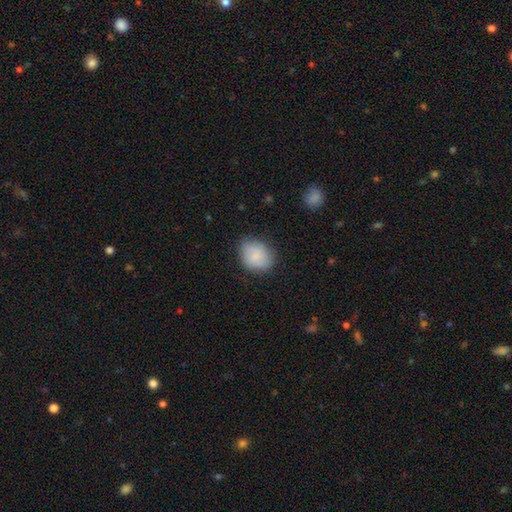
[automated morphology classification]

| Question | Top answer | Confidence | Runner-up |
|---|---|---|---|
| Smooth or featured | smooth | 82% | featured or disk (11%) |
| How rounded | in between | 51% | round (48%) |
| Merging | none | 75% | minor disturbance (19%) |